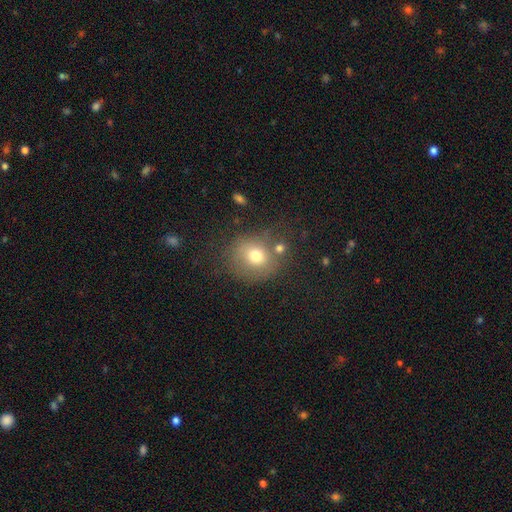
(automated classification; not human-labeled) A smooth galaxy with no disk features (72%) that is round (81%).

Vote fractions:
- Smooth or featured? smooth: 72% / featured or disk: 15% / star or artifact: 13%
- How rounded? round: 81% / in between: 18% / cigar-shaped: 1%
- Merging? none: 63% / minor disturbance: 17% / merger: 11% / major disturbance: 9%